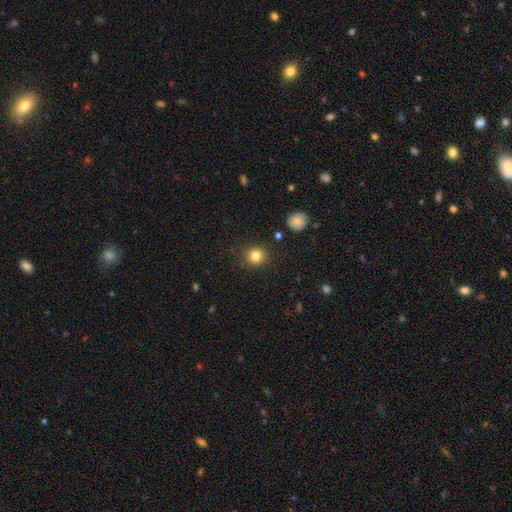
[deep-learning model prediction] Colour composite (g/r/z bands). It shows a smooth galaxy with no disk features (83%) that is round (89%). Merging: none (88%).